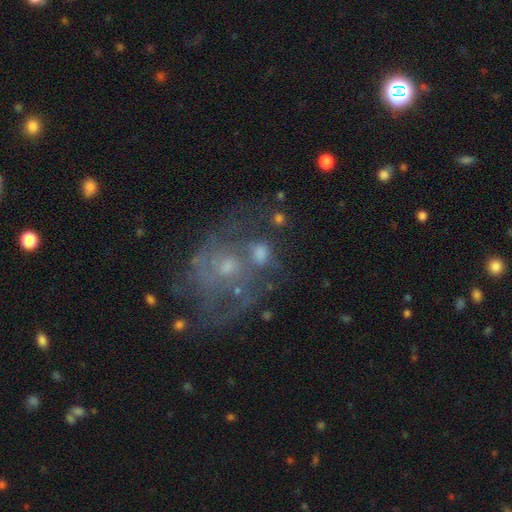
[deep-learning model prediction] smooth-or-featured: featured or disk: 73% | smooth: 14% | star or artifact: 13%
  disk-edge-on: no: 97% | yes: 3%
    bar: no: 76% | weak: 20% | strong: 3%
    has-spiral-arms: yes: 74% | no: 26%
      spiral-winding: medium: 44% | tight: 35% | loose: 22%
      spiral-arm-count: can't tell: 37% | 2: 35% | 3: 12% | 1: 7% | 4: 5% | more than 4: 4%
    bulge-size: small: 58% | moderate: 31% | none: 8% | large: 2% | dominant: 1%
  merging: none: 44% | merger: 21% | major disturbance: 18% | minor disturbance: 17%